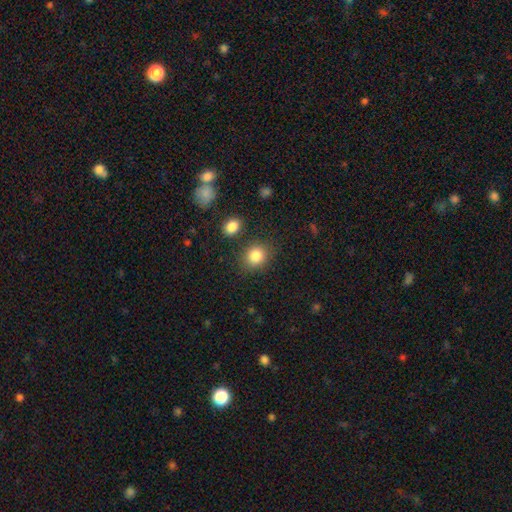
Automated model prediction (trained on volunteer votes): Smooth or featured?
  - smooth: 85% *
  - star or artifact: 10%
  - featured or disk: 5%
How rounded?
  - round: 68% *
  - in between: 31%
  - cigar-shaped: 1%
Merging?
  - none: 81% *
  - minor disturbance: 10%
  - merger: 5%
  - major disturbance: 4%